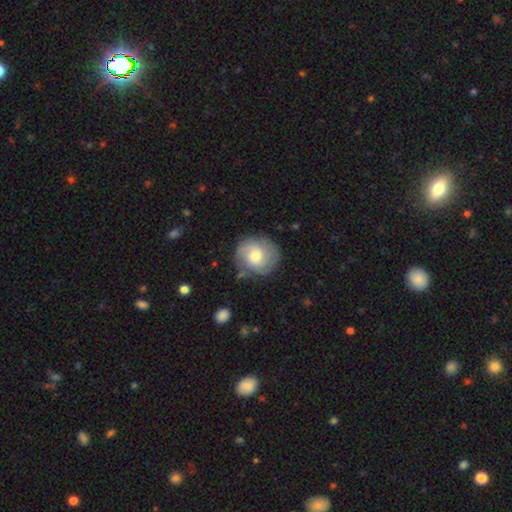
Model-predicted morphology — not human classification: A featured or disk galaxy (64%) with no bar (58%), 2 (54%) tight (43%) spiral arms (91%) and a moderate central bulge (58%). Merging: none (76%).